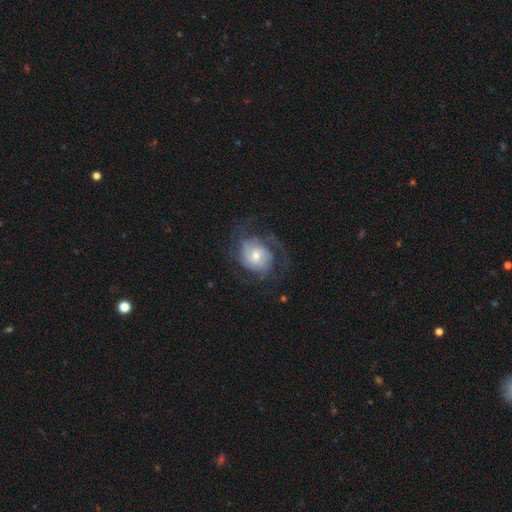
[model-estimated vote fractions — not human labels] Q: Smooth or featured?
A: featured or disk (72%); runner-up: smooth (22%)
Q: Edge-on disk?
A: no (97%); runner-up: yes (3%)
Q: Bar?
A: no (62%); runner-up: weak (33%)
Q: Spiral arms?
A: yes (89%); runner-up: no (11%)
Q: Spiral winding?
A: tight (40%); runner-up: medium (39%)
Q: Spiral arm count?
A: 2 (33%); runner-up: can't tell (32%)
Q: Bulge size?
A: moderate (53%); runner-up: small (37%)
Q: Merging?
A: none (57%); runner-up: major disturbance (22%)